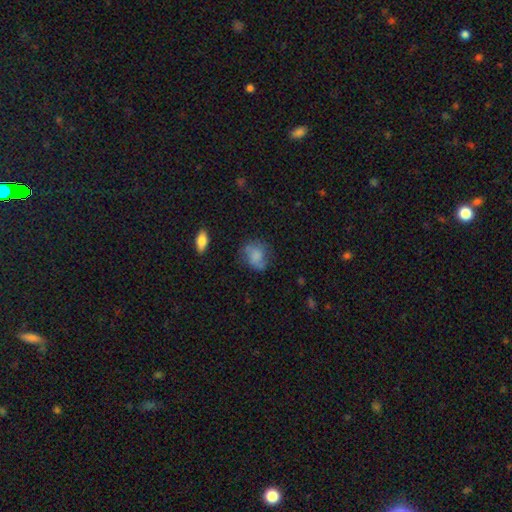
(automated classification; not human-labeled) A smooth galaxy with no disk features (69%) that is round (52%).

Vote fractions:
- Smooth or featured? smooth: 69% / featured or disk: 21% / star or artifact: 10%
- How rounded? round: 52% / in between: 46% / cigar-shaped: 2%
- Merging? none: 54% / minor disturbance: 27% / major disturbance: 14% / merger: 4%